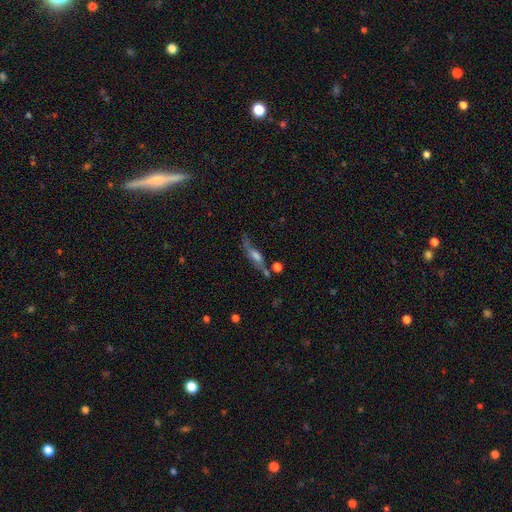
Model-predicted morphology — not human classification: Smooth or featured? Predicted: featured or disk (p=0.51). Edge-on disk? Predicted: yes (p=0.55). Merging? Predicted: none (p=0.49).